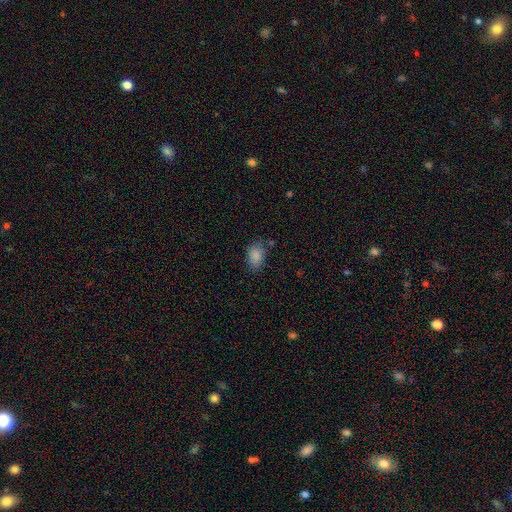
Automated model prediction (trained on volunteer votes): Smooth or featured? Predicted: smooth (p=0.86). How rounded? Predicted: in between (p=0.83). Merging? Predicted: none (p=0.69).